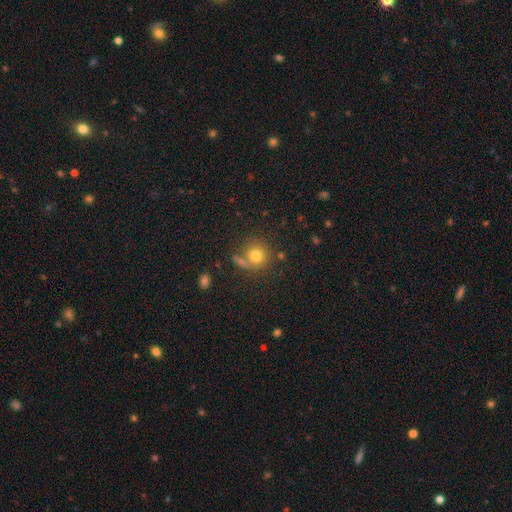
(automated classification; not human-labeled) Q: Smooth or featured?
A: smooth (76%); runner-up: star or artifact (12%)
Q: How rounded?
A: round (88%); runner-up: in between (11%)
Q: Merging?
A: none (63%); runner-up: merger (18%)